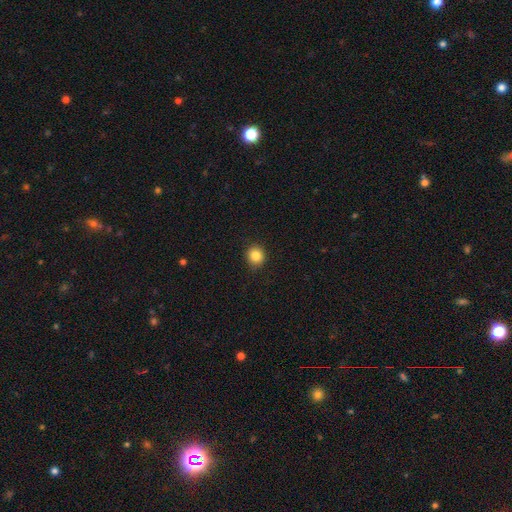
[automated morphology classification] smooth 85%, star or artifact 10%, featured or disk 5%. Down the decision tree: how rounded — round (87%); merging — none (90%).